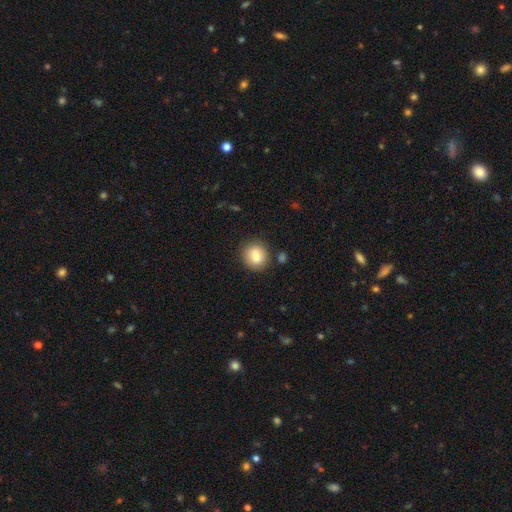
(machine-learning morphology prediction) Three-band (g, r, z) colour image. It shows a smooth galaxy with no disk features (83%) that is round (77%). Merging: none (83%).